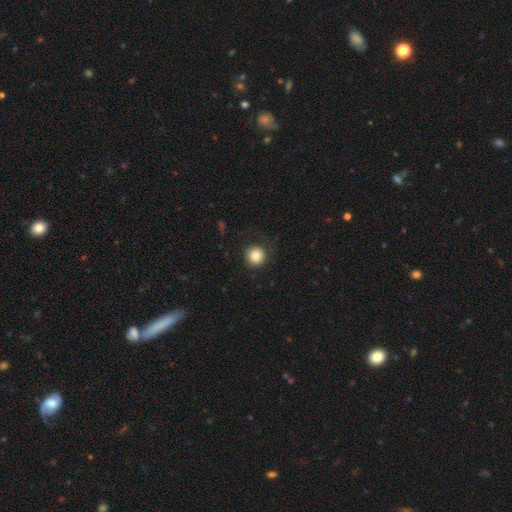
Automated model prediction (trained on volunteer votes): The model was most divided on "merging": none: 82%, minor disturbance: 11%, major disturbance: 6%, merger: 1%. More confident: how rounded — round (94%); smooth or featured — smooth (82%).